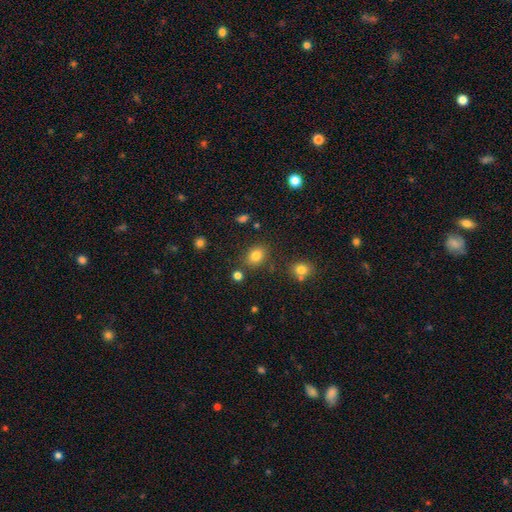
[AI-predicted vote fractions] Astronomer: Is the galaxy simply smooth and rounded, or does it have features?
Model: smooth — 81%.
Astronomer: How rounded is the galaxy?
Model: in between — 56% (runner-up: round, 43%).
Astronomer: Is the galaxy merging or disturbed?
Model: none — 80%.